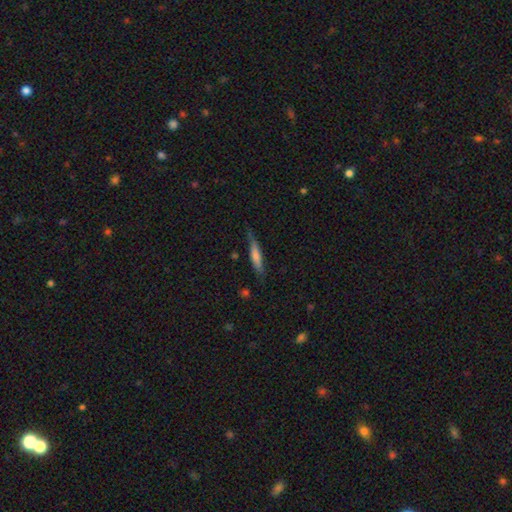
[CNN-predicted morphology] Smooth or featured? smooth (64%)
How rounded? cigar-shaped (86%)
Merging? none (69%)